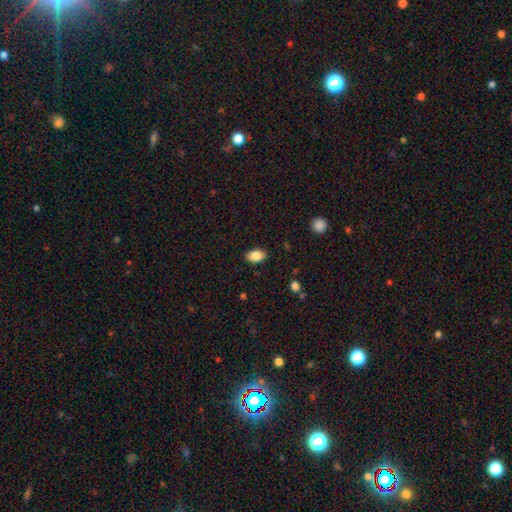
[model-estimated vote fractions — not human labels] smooth 85%, star or artifact 8%, featured or disk 7%. Down the decision tree: how rounded — in between (88%); merging — none (88%).